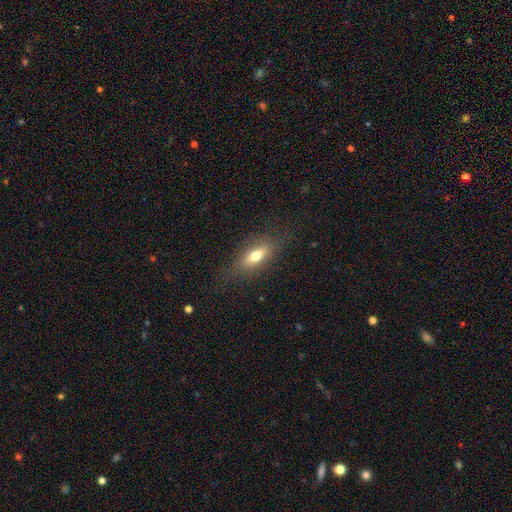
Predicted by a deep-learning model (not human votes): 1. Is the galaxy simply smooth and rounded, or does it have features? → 63% smooth, 28% featured or disk, 9% star or artifact.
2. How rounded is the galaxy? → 68% in between, 27% cigar-shaped, 6% round.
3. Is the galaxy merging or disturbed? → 81% none, 12% minor disturbance, 5% major disturbance, 1% merger.